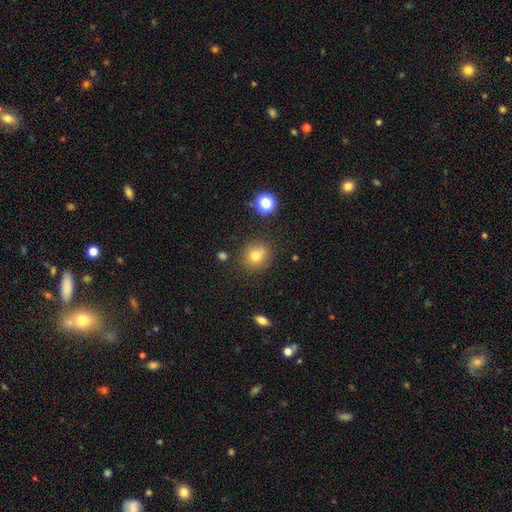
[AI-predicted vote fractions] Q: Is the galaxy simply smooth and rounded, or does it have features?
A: smooth — 75%.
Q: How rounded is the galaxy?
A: round — 84%.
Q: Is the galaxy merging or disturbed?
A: none — 78%.